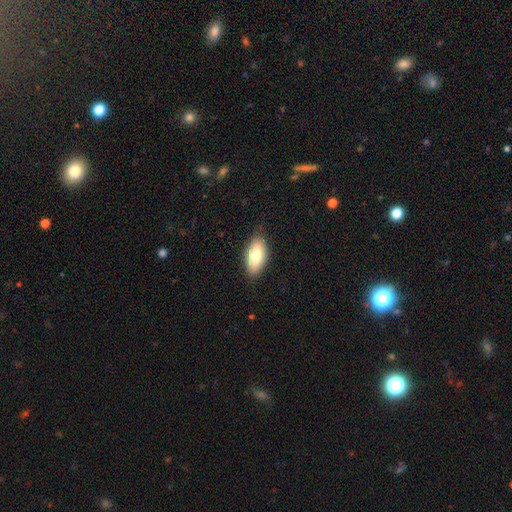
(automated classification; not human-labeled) A smooth galaxy with no disk features (76%) that is in between round and cigar-shaped (91%). Merging: none (87%).